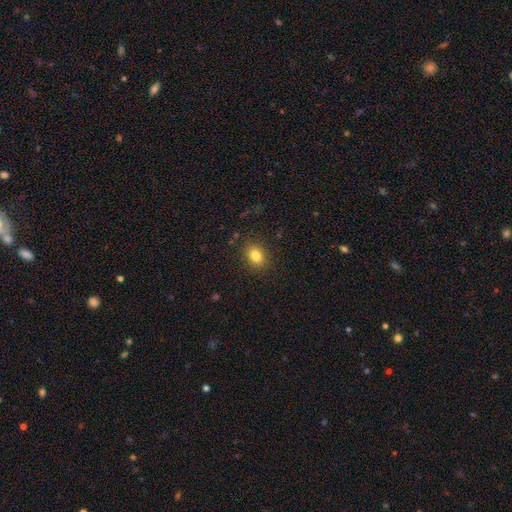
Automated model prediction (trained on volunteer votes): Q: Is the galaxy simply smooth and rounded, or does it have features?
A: smooth — 81%.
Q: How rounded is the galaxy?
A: in between — 63%.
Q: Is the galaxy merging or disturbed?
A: none — 86%.